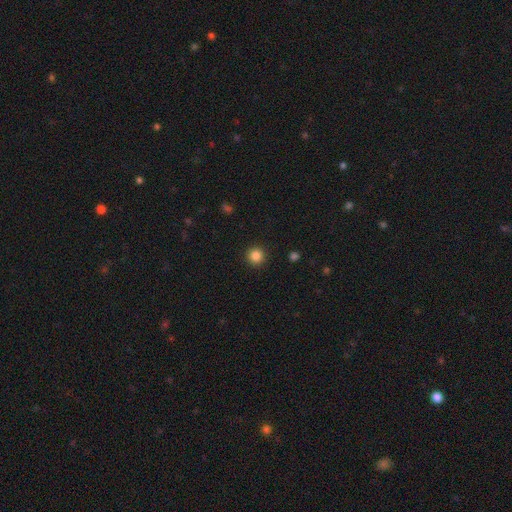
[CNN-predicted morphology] smooth-or-featured: smooth: 85% | star or artifact: 11% | featured or disk: 3%
  how-rounded: round: 95% | in between: 4% | cigar-shaped: 1%
  merging: none: 93% | minor disturbance: 5% | major disturbance: 2% | merger: 1%